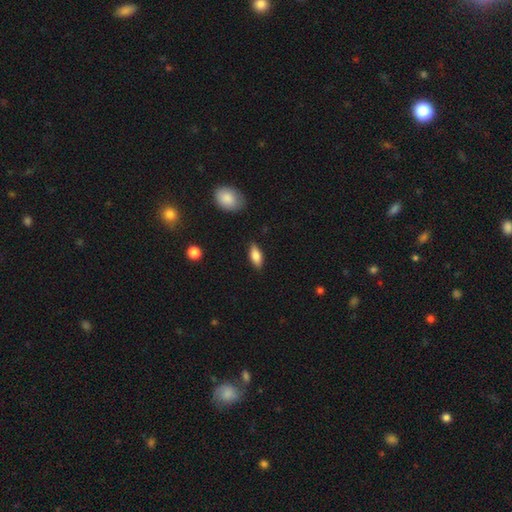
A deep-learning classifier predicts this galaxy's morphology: This is likely a smooth galaxy (77%). How rounded: likely in between (80%). Merging: clearly none (86%).